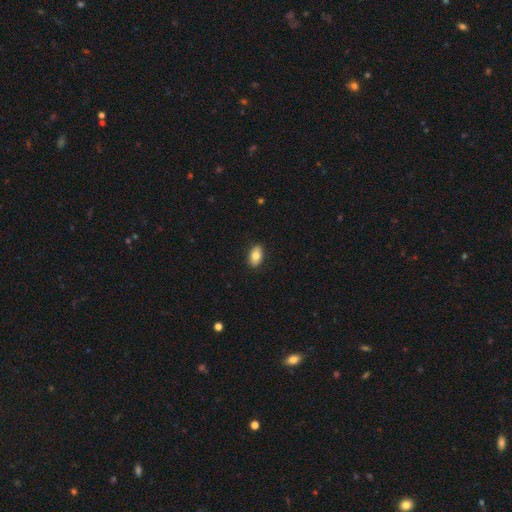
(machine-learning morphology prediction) type=smooth (79%); roundness=in between (90%); merging=none (90%).